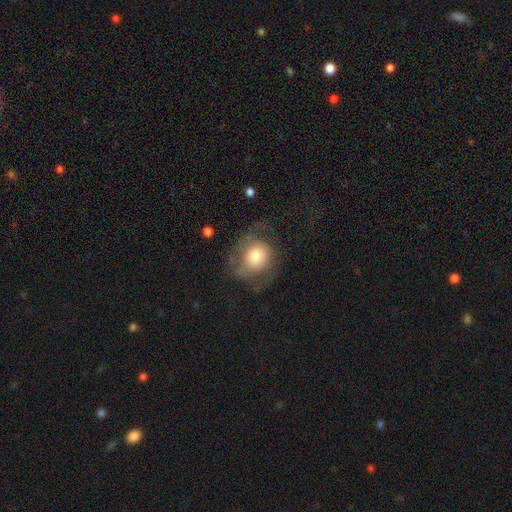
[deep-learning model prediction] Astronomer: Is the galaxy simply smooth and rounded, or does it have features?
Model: smooth — 57% (runner-up: featured or disk, 34%).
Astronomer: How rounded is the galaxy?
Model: round — 74%.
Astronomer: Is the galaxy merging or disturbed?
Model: none — 43% (runner-up: major disturbance, 32%).